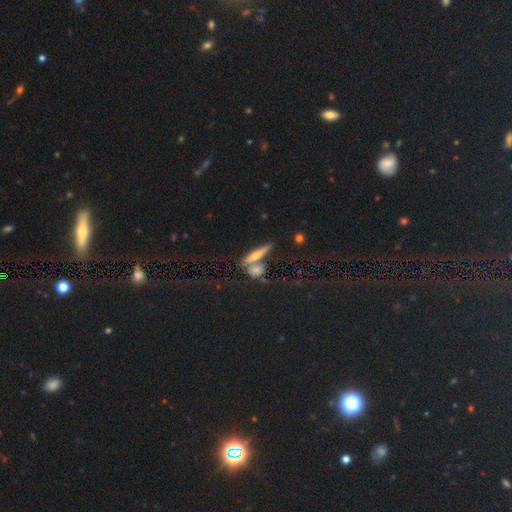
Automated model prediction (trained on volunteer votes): smooth 42%, featured or disk 41%, star or artifact 17%. Down the decision tree: merging — none (58%).